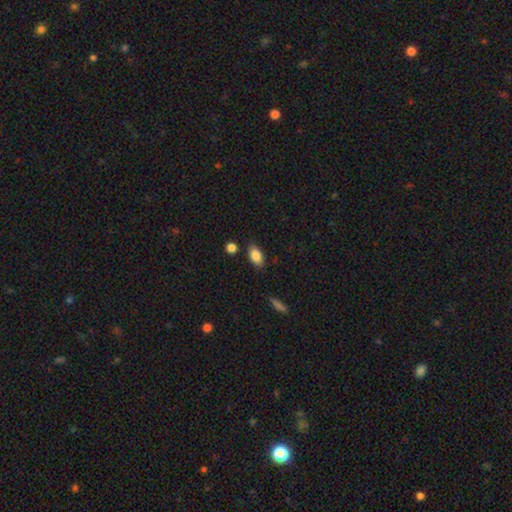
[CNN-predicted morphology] Overall: smooth (85%). How rounded: in between (90%). Merging: none (81%).